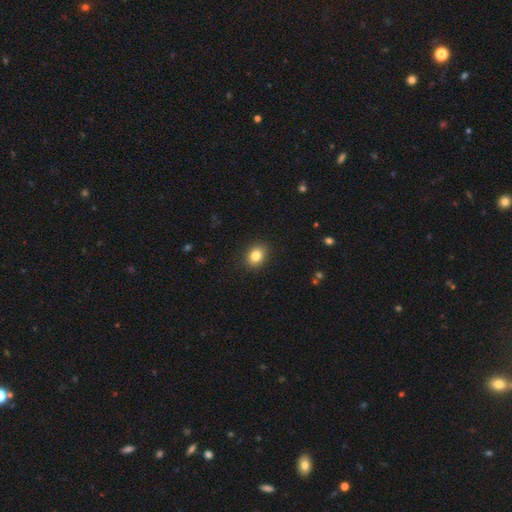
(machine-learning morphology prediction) Smooth or featured? Predicted: smooth (p=0.84). How rounded? Predicted: in between (p=0.56). Merging? Predicted: none (p=0.90).